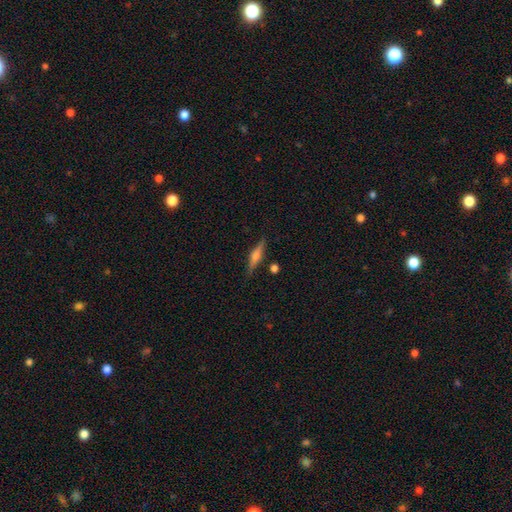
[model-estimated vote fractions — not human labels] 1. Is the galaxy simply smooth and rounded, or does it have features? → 56% featured or disk, 36% smooth, 8% star or artifact.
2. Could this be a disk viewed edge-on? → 96% yes, 4% no.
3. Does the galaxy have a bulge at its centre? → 75% rounded, 17% boxy, 8% none.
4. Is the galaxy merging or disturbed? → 85% none, 10% minor disturbance, 3% merger, 2% major disturbance.